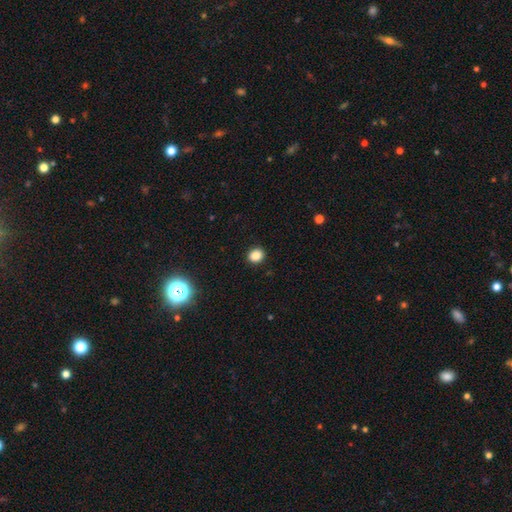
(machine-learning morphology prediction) Smooth or featured? Predicted: smooth (p=0.86). How rounded? Predicted: round (p=0.75). Merging? Predicted: none (p=0.91).